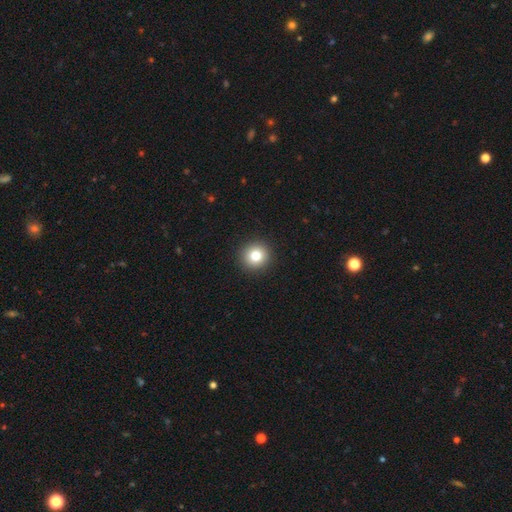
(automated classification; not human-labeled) smooth_or_featured: smooth (p=0.80) [alt: star or artifact p=0.12]
how_rounded: round (p=0.94) [alt: in between p=0.05]
merging: none (p=0.93) [alt: minor disturbance p=0.04]